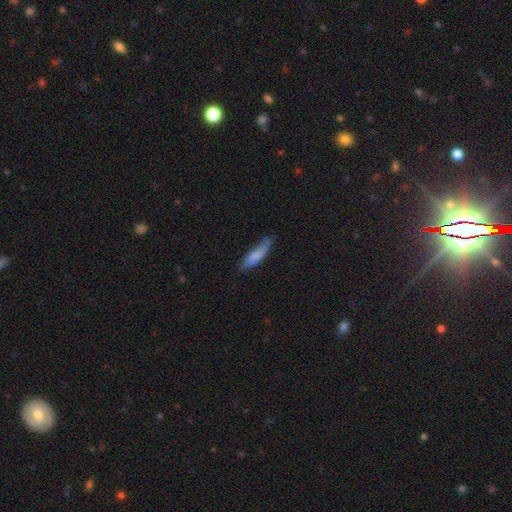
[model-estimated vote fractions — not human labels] Q: Smooth or featured?
A: smooth (67%); runner-up: featured or disk (27%)
Q: How rounded?
A: cigar-shaped (66%); runner-up: in between (32%)
Q: Merging?
A: none (58%); runner-up: minor disturbance (30%)